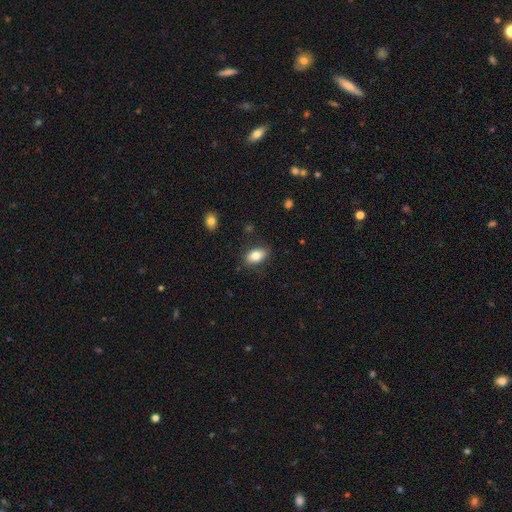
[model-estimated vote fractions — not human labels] smooth-or-featured: smooth: 82% | featured or disk: 11% | star or artifact: 8%
  how-rounded: in between: 90% | round: 8% | cigar-shaped: 2%
  merging: none: 83% | minor disturbance: 13% | major disturbance: 3% | merger: 2%